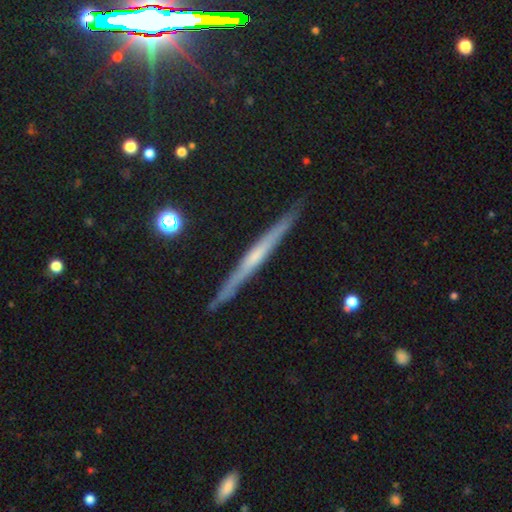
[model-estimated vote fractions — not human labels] The model was most divided on "edge-on bulge": none: 64%, rounded: 27%, boxy: 10%. More confident: edge-on disk — yes (97%); merging — none (90%); smooth or featured — featured or disk (66%).